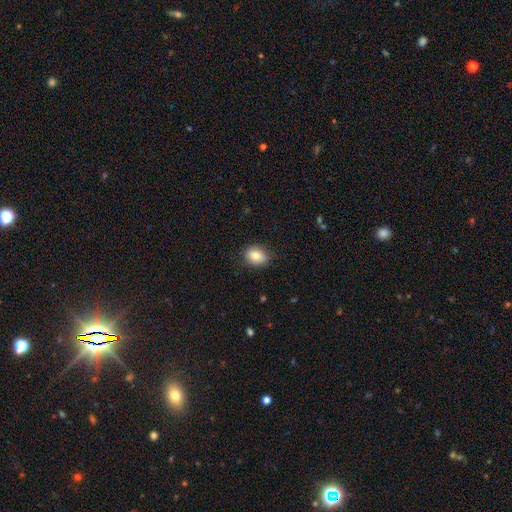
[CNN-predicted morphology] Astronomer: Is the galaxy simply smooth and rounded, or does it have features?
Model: smooth — 80%.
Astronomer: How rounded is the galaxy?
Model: in between — 57% (runner-up: round, 42%).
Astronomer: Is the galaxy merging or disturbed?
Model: none — 84%.